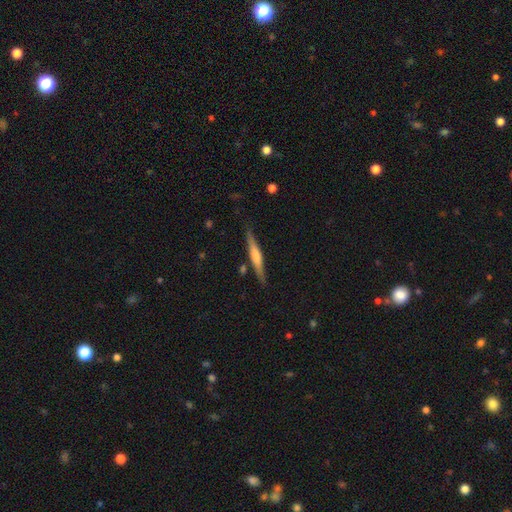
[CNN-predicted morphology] Smooth or featured: featured or disk — 59% (smooth — 35%)
Edge-on disk: yes — 97% (no — 3%)
Edge-on bulge: rounded — 56% (none — 22%)
Merging: none — 85% (minor disturbance — 11%)